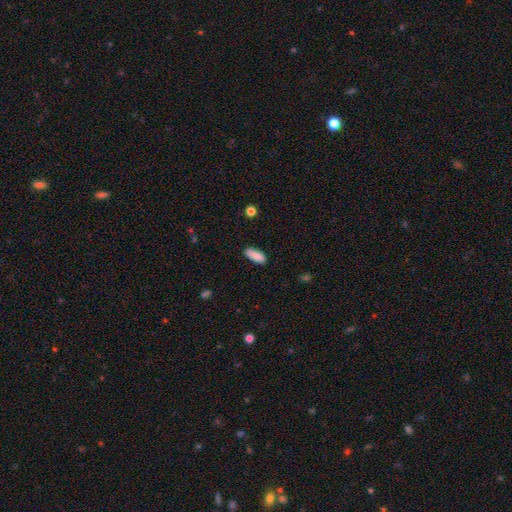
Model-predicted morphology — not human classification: A smooth galaxy with no disk features (90%) that is in between round and cigar-shaped (74%).

Vote fractions:
- Smooth or featured? smooth: 90% / star or artifact: 6% / featured or disk: 4%
- How rounded? in between: 74% / cigar-shaped: 24% / round: 2%
- Merging? none: 88% / minor disturbance: 9% / major disturbance: 2% / merger: 1%